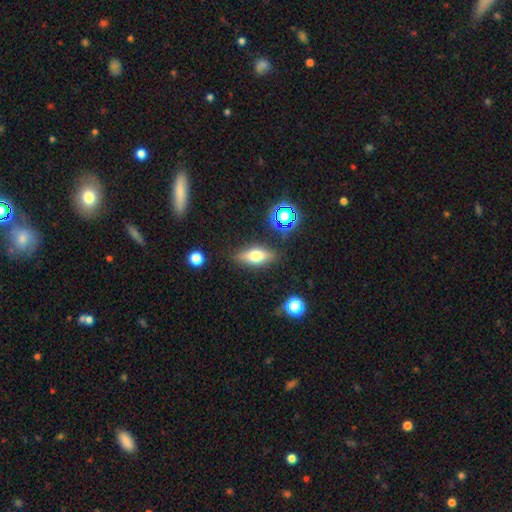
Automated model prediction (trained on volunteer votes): The model was most divided on "smooth or featured": smooth: 58%, featured or disk: 32%, star or artifact: 10%. More confident: merging — none (82%); how rounded — in between (68%).